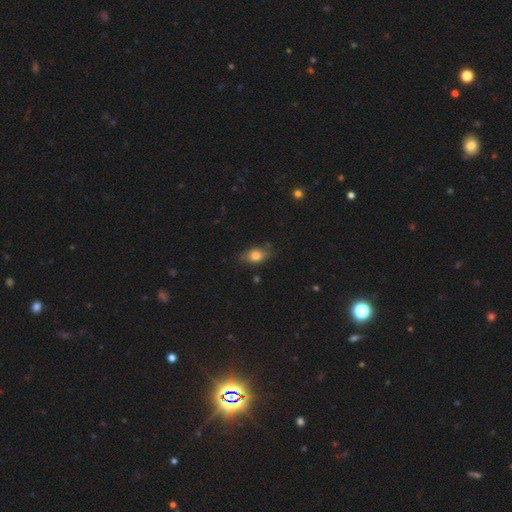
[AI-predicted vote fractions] smooth 77%, featured or disk 13%, star or artifact 9%. Down the decision tree: how rounded — in between (78%); merging — none (76%).